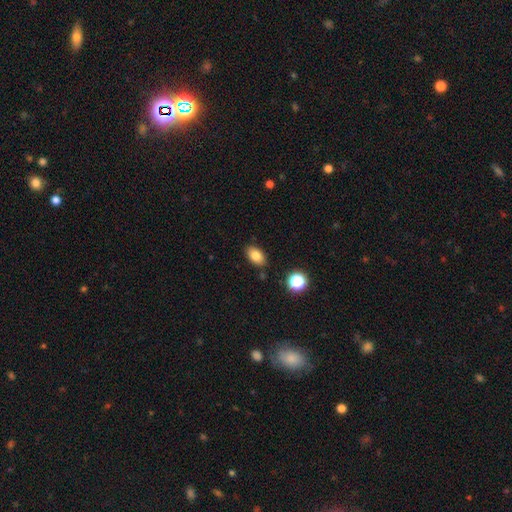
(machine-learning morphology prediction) Q: Smooth or featured?
A: smooth (81%); runner-up: star or artifact (10%)
Q: How rounded?
A: in between (87%); runner-up: round (11%)
Q: Merging?
A: none (84%); runner-up: minor disturbance (10%)